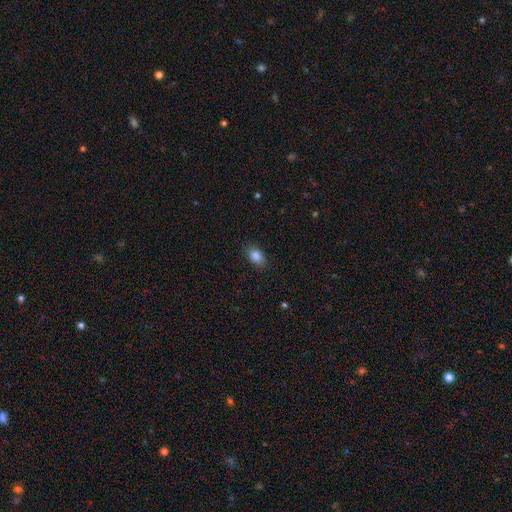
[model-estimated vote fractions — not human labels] A smooth galaxy with no disk features (86%) that is in between round and cigar-shaped (82%). Merging: none (85%).